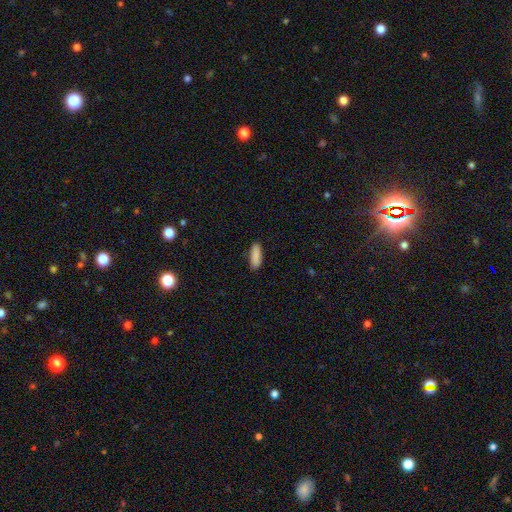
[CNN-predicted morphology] Smooth or featured? Predicted: smooth (p=0.89). How rounded? Predicted: in between (p=0.53). Merging? Predicted: none (p=0.87).